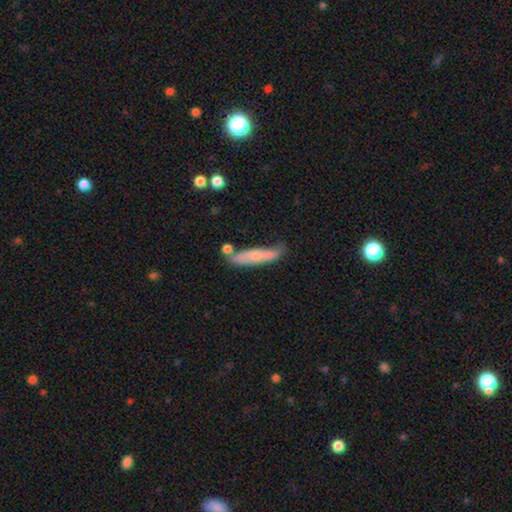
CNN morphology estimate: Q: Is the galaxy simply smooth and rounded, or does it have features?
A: smooth — 62%.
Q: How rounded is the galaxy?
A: cigar-shaped — 82%.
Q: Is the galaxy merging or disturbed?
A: none — 59%.